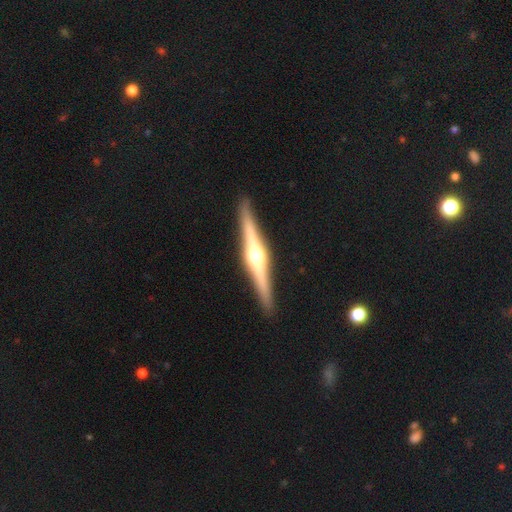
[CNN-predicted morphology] Smooth or featured? Predicted: featured or disk (p=0.79). Edge-on disk? Predicted: yes (p=0.98). Edge-on bulge? Predicted: rounded (p=0.93). Merging? Predicted: none (p=0.90).